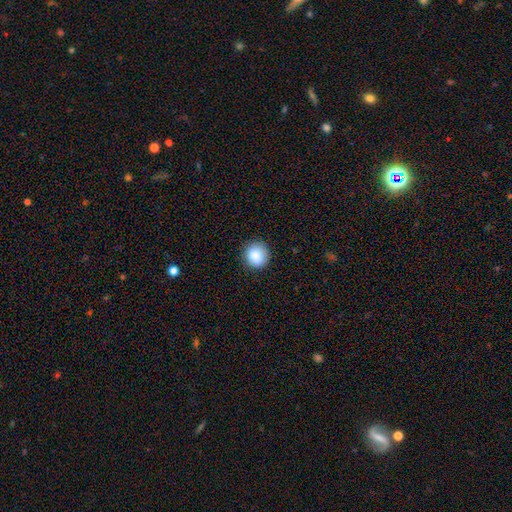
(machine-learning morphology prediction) Smooth or featured: smooth — 87% (star or artifact — 9%)
How rounded: round — 89% (in between — 10%)
Merging: none — 87% (minor disturbance — 9%)